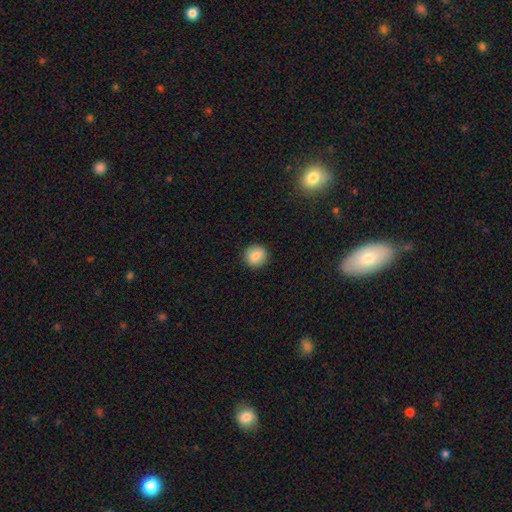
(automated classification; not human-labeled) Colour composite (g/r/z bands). It shows a smooth galaxy with no disk features (84%) that is round (92%). Merging: none (91%).